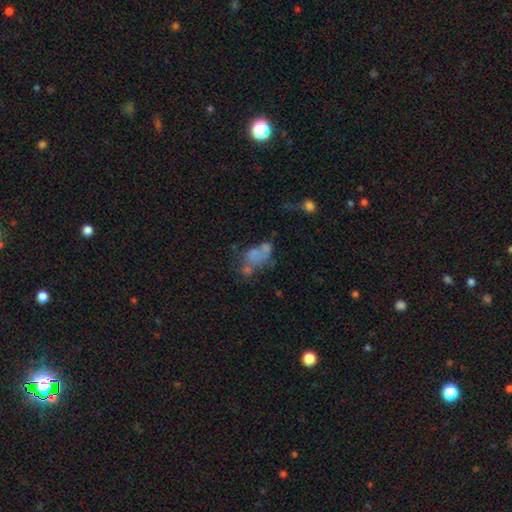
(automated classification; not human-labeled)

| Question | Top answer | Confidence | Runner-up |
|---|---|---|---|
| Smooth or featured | smooth | 49% | featured or disk (35%) |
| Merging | merger | 36% | none (24%) |